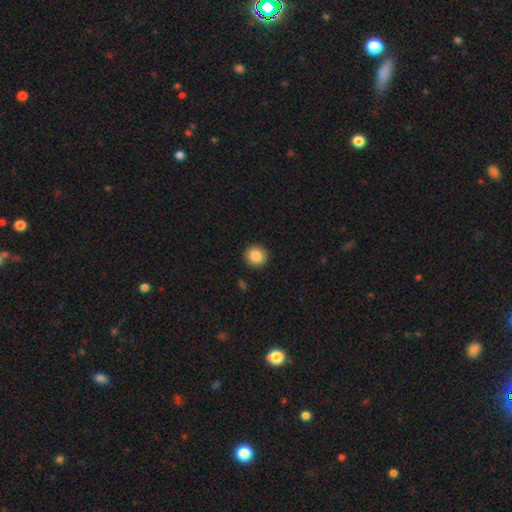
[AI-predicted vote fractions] This is clearly a smooth galaxy (87%). How rounded: clearly round (94%). Merging: clearly none (92%).